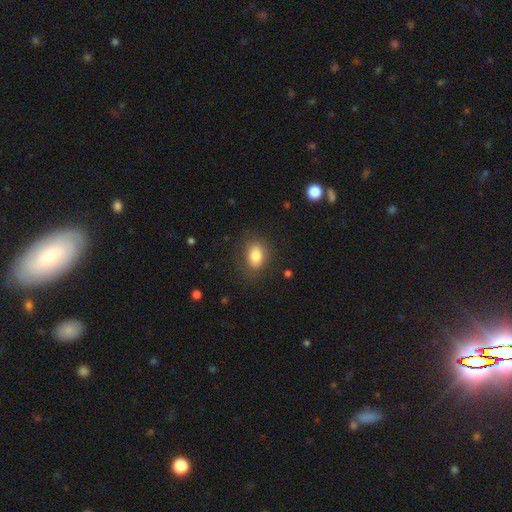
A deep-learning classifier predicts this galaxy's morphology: Smooth or featured: smooth — 81% (featured or disk — 10%)
How rounded: in between — 79% (round — 19%)
Merging: none — 81% (minor disturbance — 14%)